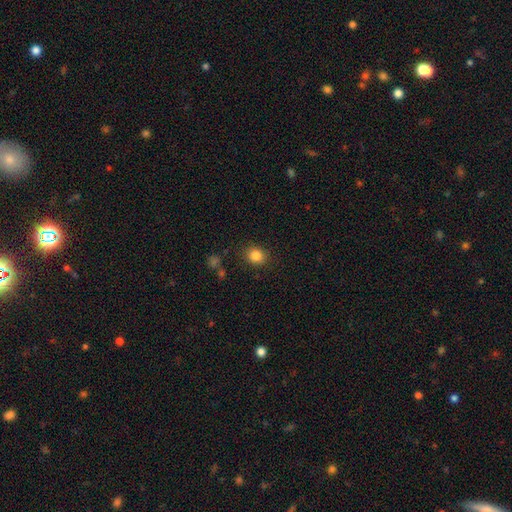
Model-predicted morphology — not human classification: smooth_or_featured: smooth (p=0.84) [alt: star or artifact p=0.11]
how_rounded: round (p=0.76) [alt: in between p=0.23]
merging: none (p=0.86) [alt: minor disturbance p=0.09]